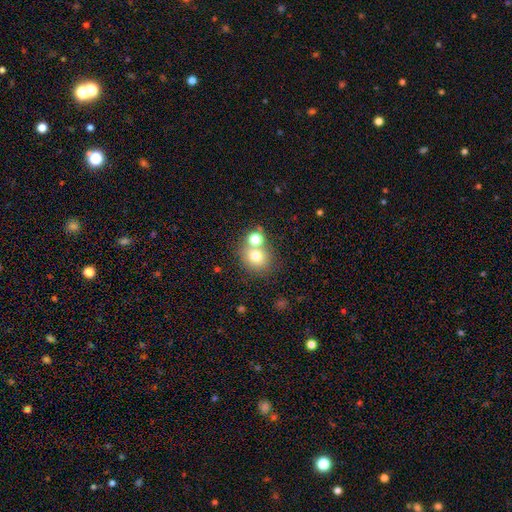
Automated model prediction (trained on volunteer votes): Morphology: type=smooth (73%); roundness=round (77%); merging=none (55%).